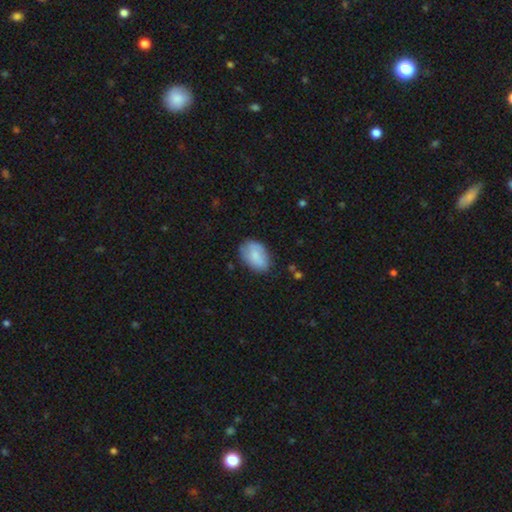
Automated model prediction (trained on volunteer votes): This is clearly a smooth galaxy (80%). How rounded: clearly in between (88%). Merging: likely none (70%).